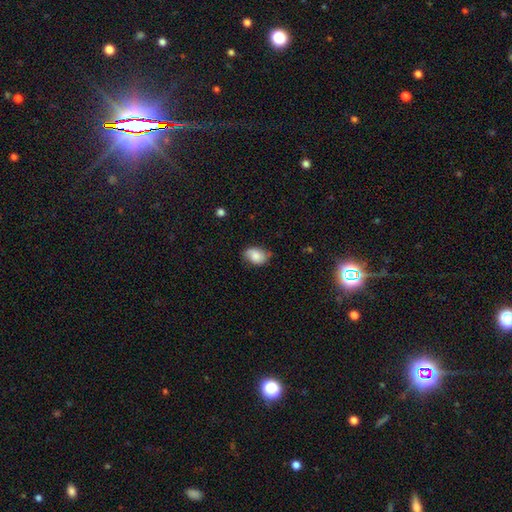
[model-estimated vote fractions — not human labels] This appears to be a smooth galaxy with no disk features (78%) that is in between round and cigar-shaped (80%). Merging: none (66%).